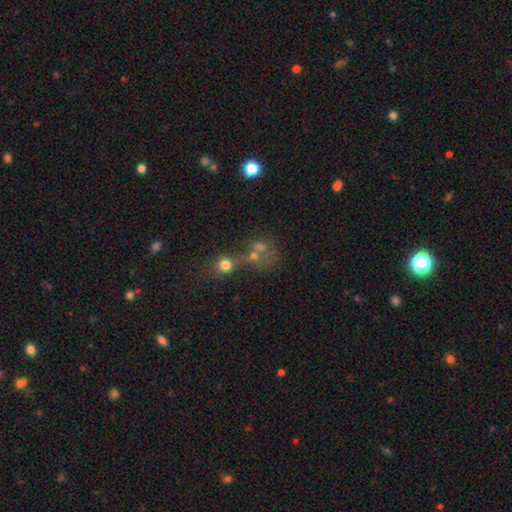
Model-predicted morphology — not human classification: Smooth or featured: smooth — 53% (star or artifact — 25%)
How rounded: round — 69% (in between — 29%)
Merging: merger — 56% (none — 24%)